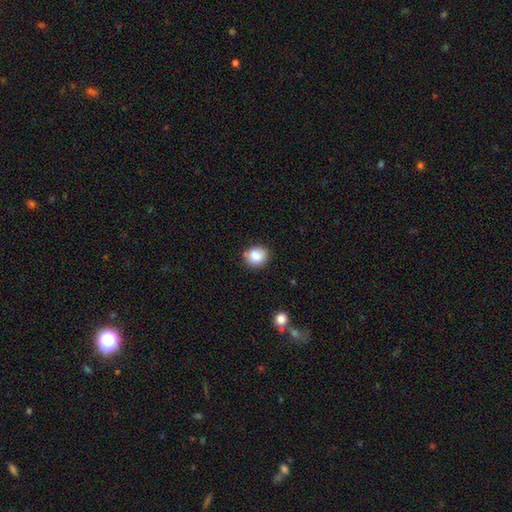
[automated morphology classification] This is clearly a smooth galaxy (84%). How rounded: likely round (76%). Merging: likely none (76%).